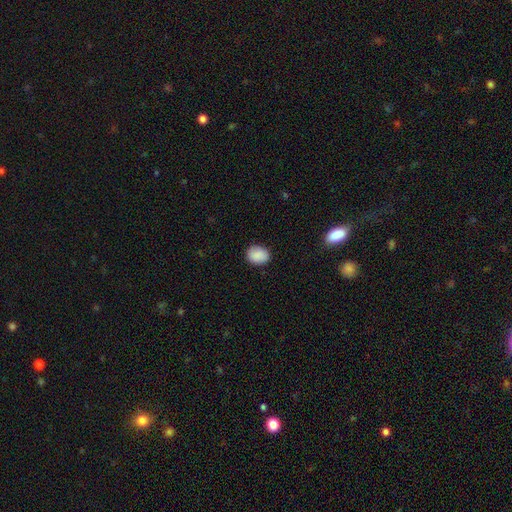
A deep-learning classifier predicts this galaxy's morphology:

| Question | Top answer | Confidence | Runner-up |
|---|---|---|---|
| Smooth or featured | smooth | 90% | star or artifact (7%) |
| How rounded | in between | 56% | round (43%) |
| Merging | none | 86% | minor disturbance (11%) |